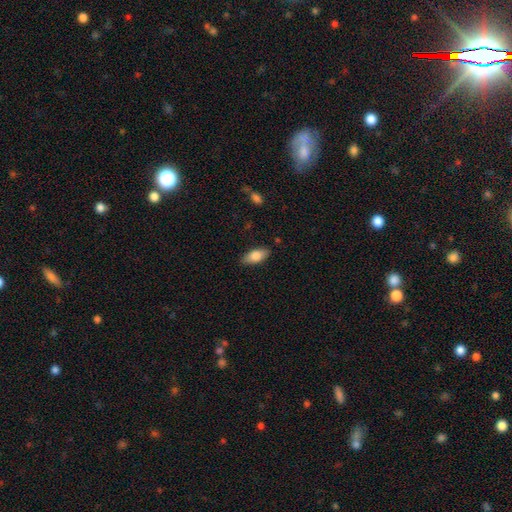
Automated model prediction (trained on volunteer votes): Smooth or featured: smooth — 80% (featured or disk — 14%)
How rounded: in between — 87% (cigar-shaped — 10%)
Merging: none — 85% (minor disturbance — 11%)